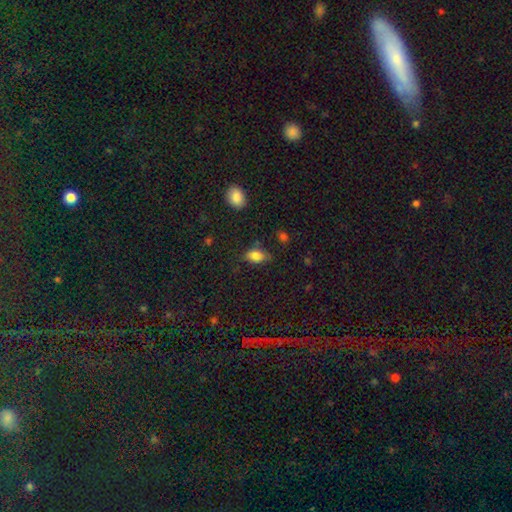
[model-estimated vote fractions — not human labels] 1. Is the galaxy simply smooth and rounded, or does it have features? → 82% smooth, 9% featured or disk, 9% star or artifact.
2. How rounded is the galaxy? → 86% in between, 11% round, 3% cigar-shaped.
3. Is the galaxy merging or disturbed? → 67% none, 25% minor disturbance, 6% major disturbance, 2% merger.